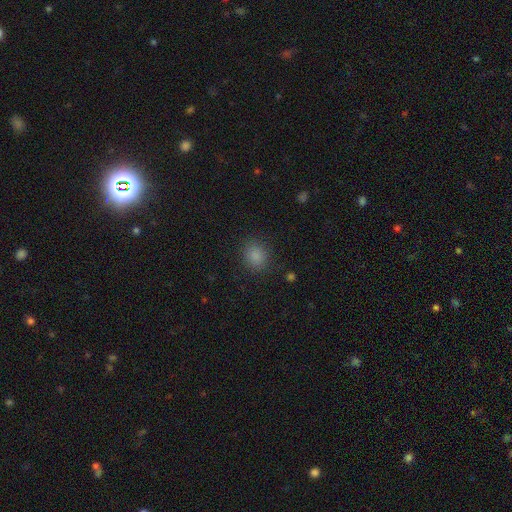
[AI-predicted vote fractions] A smooth galaxy with no disk features (84%) that is round (73%).

Vote fractions:
- Smooth or featured? smooth: 84% / star or artifact: 12% / featured or disk: 4%
- How rounded? round: 73% / in between: 26% / cigar-shaped: 1%
- Merging? none: 87% / minor disturbance: 9% / major disturbance: 3% / merger: 1%